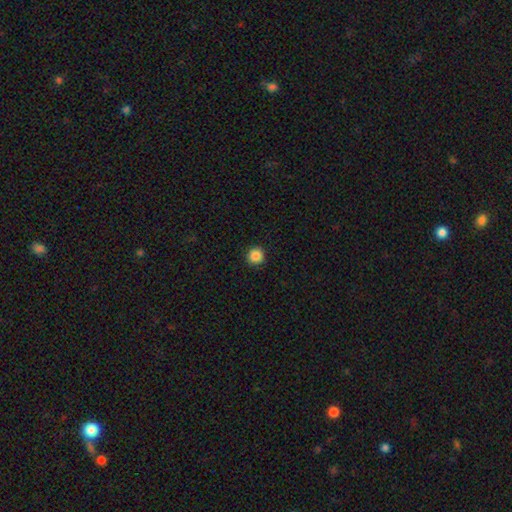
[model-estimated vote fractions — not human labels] Smooth or featured? Predicted: smooth (p=0.87). How rounded? Predicted: round (p=0.96). Merging? Predicted: none (p=0.93).